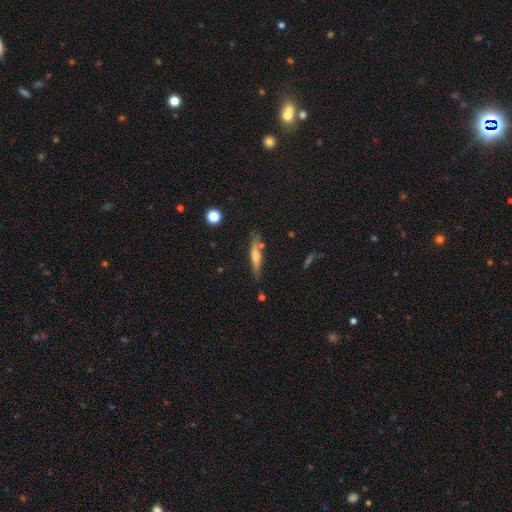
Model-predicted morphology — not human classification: smooth_or_featured: featured or disk (p=0.50) [alt: smooth p=0.41]
disk_edge_on: yes (p=0.91) [alt: no p=0.09]
merging: none (p=0.78) [alt: minor disturbance p=0.15]